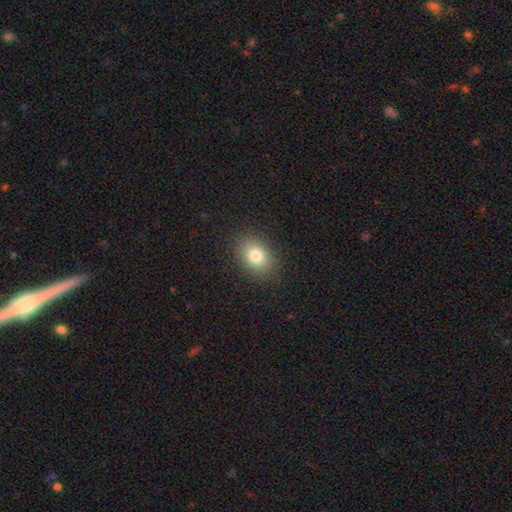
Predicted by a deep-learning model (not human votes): The model was most divided on "how rounded": in between: 69%, round: 29%, cigar-shaped: 1%. More confident: merging — none (86%); smooth or featured — smooth (80%).